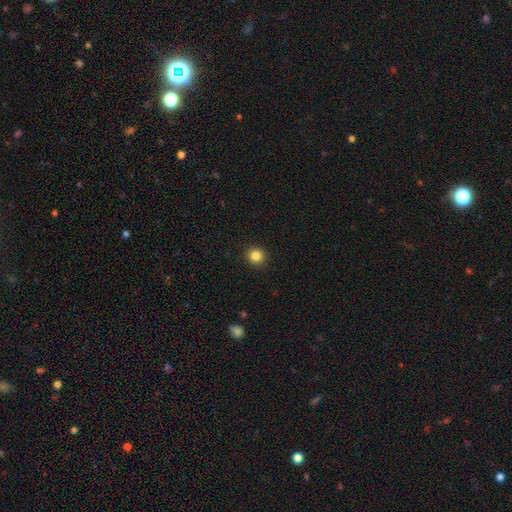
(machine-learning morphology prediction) Smooth or featured?
  - smooth: 85% *
  - star or artifact: 11%
  - featured or disk: 4%
How rounded?
  - round: 94% *
  - in between: 5%
  - cigar-shaped: 1%
Merging?
  - none: 93% *
  - minor disturbance: 4%
  - major disturbance: 2%
  - merger: 1%